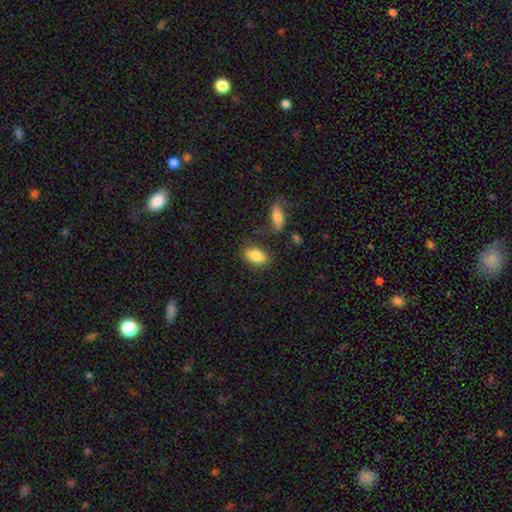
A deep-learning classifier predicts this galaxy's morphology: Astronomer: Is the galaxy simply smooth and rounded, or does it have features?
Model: smooth — 86%.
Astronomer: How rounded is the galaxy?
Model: in between — 90%.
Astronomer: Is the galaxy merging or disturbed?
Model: none — 77%.